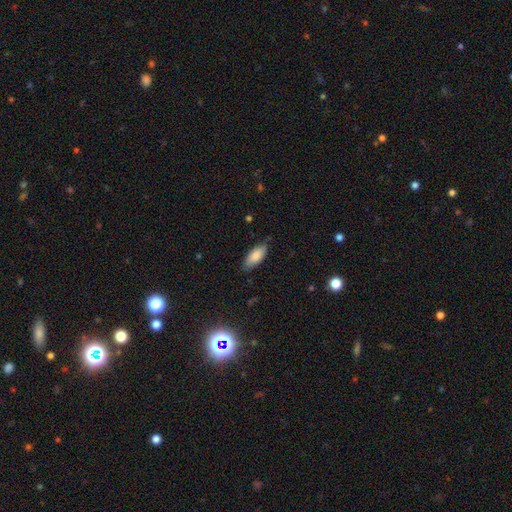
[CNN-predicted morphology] This is clearly a smooth galaxy (84%). How rounded: clearly in between (82%). Merging: likely none (79%).